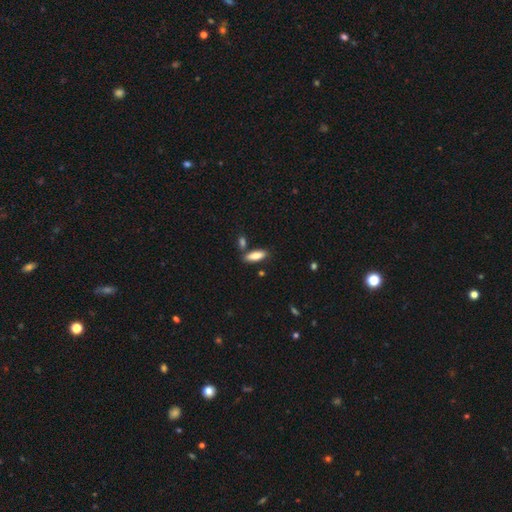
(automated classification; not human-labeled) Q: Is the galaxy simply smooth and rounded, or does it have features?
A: smooth — 83%.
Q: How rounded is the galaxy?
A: in between — 64%.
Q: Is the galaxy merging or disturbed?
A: none — 75%.